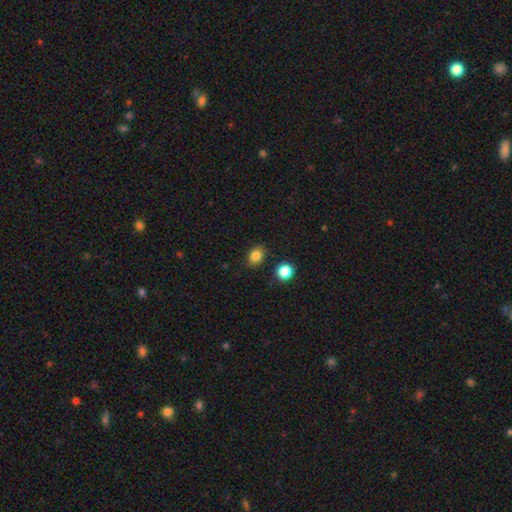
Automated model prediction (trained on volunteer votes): This is clearly a smooth galaxy (83%). How rounded: possibly in between (56%). Merging: clearly none (83%).